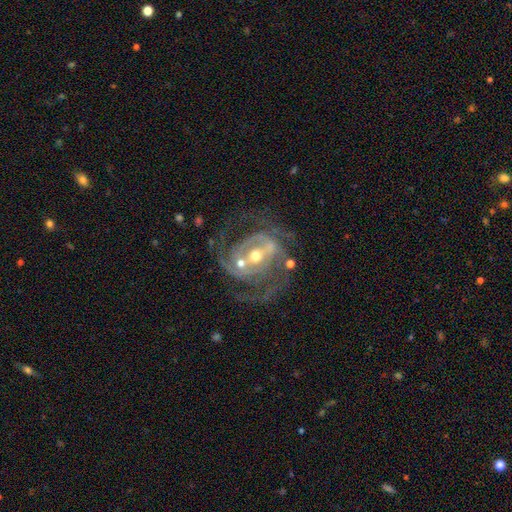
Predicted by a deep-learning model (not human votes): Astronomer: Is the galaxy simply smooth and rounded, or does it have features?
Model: featured or disk — 88%.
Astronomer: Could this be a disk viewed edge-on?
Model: no — 97%.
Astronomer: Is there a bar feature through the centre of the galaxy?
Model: weak — 37% (runner-up: strong, 34%).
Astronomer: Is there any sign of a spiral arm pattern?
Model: yes — 92%.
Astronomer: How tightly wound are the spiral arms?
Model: medium — 47% (runner-up: tight, 37%).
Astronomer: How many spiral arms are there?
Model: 2 — 56%.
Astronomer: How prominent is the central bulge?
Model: moderate — 57% (runner-up: small, 37%).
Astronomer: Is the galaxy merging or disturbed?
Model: none — 41% (runner-up: merger, 26%).